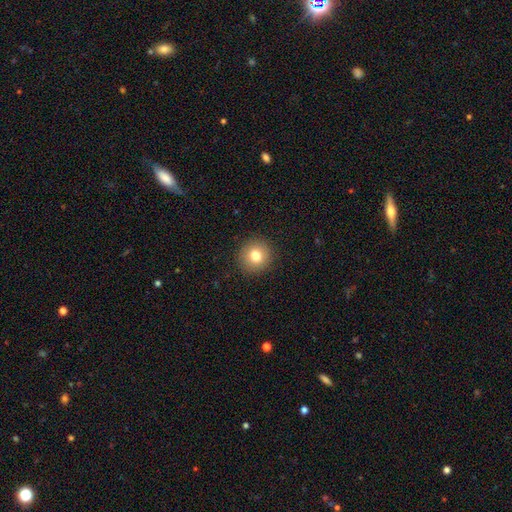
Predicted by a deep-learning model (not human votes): Smooth or featured?
  - smooth: 80% *
  - star or artifact: 11%
  - featured or disk: 10%
How rounded?
  - round: 93% *
  - in between: 6%
  - cigar-shaped: 1%
Merging?
  - none: 91% *
  - minor disturbance: 6%
  - major disturbance: 2%
  - merger: 1%